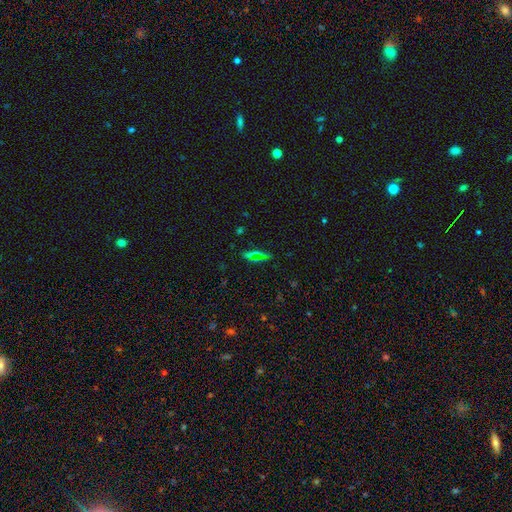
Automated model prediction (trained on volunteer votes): smooth-or-featured: smooth: 49% | star or artifact: 38% | featured or disk: 13%
  merging: none: 75% | minor disturbance: 15% | major disturbance: 6% | merger: 4%